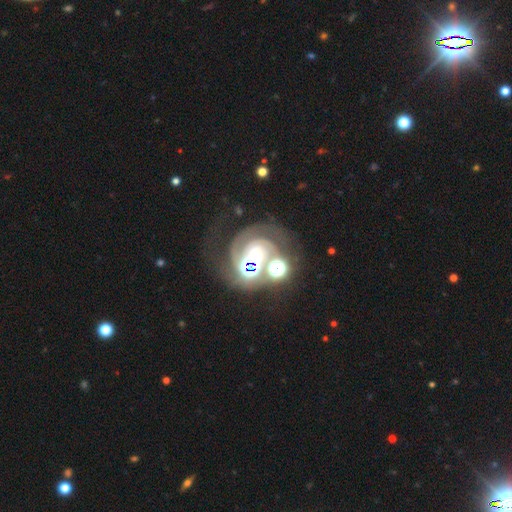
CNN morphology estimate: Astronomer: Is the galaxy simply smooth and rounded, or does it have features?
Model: featured or disk — 74%.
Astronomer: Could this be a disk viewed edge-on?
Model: no — 98%.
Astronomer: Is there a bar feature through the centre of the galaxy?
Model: no — 67%.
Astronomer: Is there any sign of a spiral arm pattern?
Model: yes — 93%.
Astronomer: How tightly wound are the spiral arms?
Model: tight — 57% (runner-up: medium, 33%).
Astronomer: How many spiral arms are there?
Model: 2 — 52%.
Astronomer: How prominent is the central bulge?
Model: small — 48% (runner-up: moderate, 32%).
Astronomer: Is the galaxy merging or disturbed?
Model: none — 43% (runner-up: major disturbance, 20%).